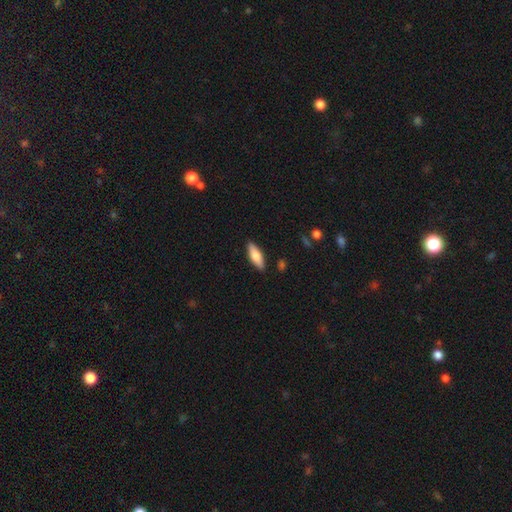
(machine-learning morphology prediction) A smooth galaxy with no disk features (73%) that is in between round and cigar-shaped (57%).

Vote fractions:
- Smooth or featured? smooth: 73% / featured or disk: 21% / star or artifact: 6%
- How rounded? in between: 57% / cigar-shaped: 41% / round: 2%
- Merging? none: 88% / minor disturbance: 9% / major disturbance: 2% / merger: 1%